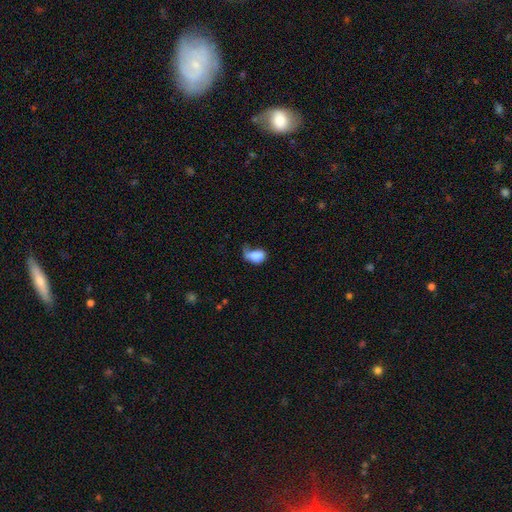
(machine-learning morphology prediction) Smooth or featured? Predicted: smooth (p=0.78). How rounded? Predicted: in between (p=0.81). Merging? Predicted: major disturbance (p=0.40).